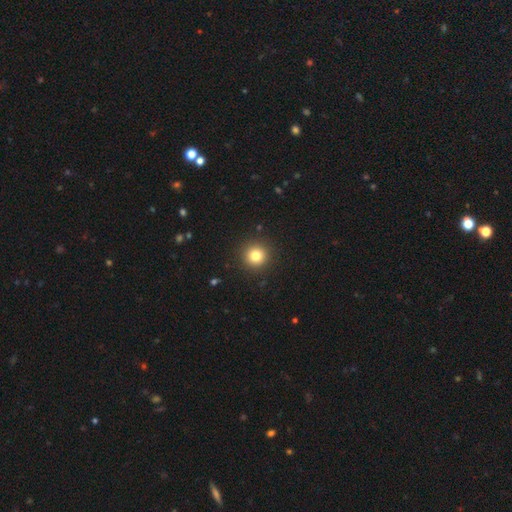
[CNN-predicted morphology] A smooth galaxy with no disk features (81%) that is round (95%).

Vote fractions:
- Smooth or featured? smooth: 81% / star or artifact: 12% / featured or disk: 7%
- How rounded? round: 95% / in between: 4% / cigar-shaped: 1%
- Merging? none: 92% / minor disturbance: 5% / major disturbance: 2% / merger: 1%